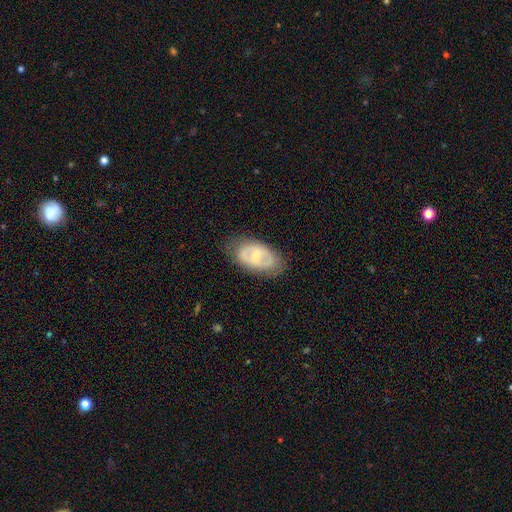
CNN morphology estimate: featured or disk 57%, smooth 37%, star or artifact 6%. Down the decision tree: edge-on disk — no (93%); bar — weak (41%); spiral arms — no (65%); bulge size — moderate (47%); merging — none (75%).